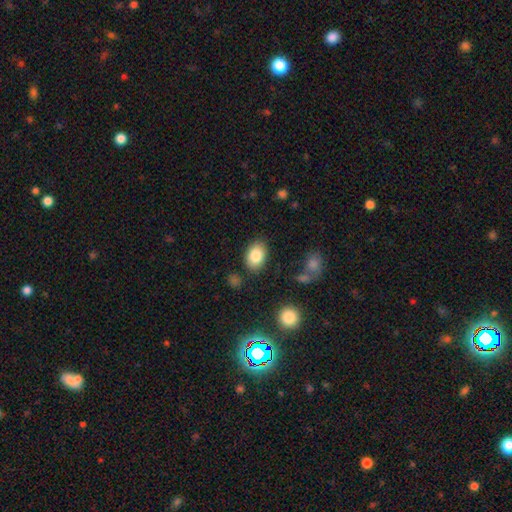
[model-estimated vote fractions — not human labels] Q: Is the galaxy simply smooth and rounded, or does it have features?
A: smooth — 83%.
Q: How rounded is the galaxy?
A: in between — 82%.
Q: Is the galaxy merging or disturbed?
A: none — 84%.